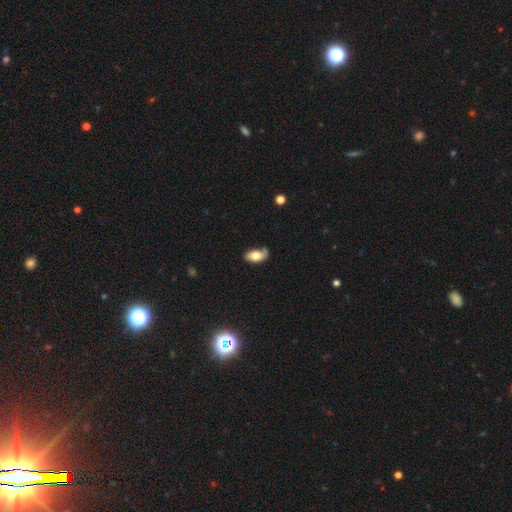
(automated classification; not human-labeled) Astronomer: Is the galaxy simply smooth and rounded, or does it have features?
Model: smooth — 75%.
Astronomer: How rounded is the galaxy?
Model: in between — 93%.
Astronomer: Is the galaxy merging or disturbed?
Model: none — 61%.